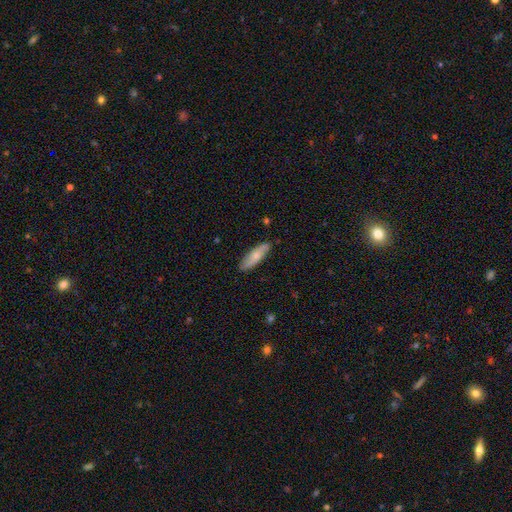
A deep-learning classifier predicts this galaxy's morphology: Smooth or featured?
  - smooth: 66% *
  - featured or disk: 28%
  - star or artifact: 5%
How rounded?
  - cigar-shaped: 58% *
  - in between: 40%
  - round: 2%
Merging?
  - none: 86% *
  - minor disturbance: 11%
  - major disturbance: 2%
  - merger: 1%